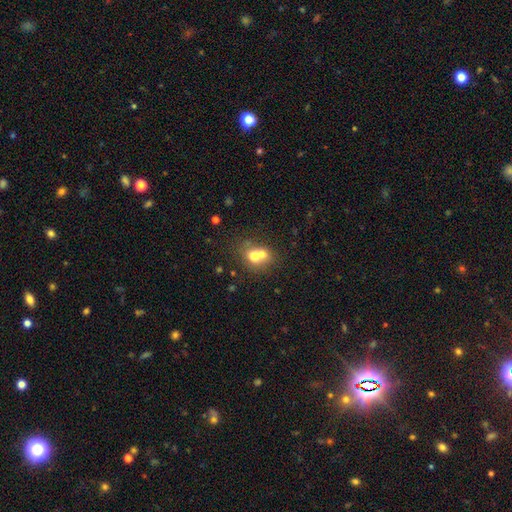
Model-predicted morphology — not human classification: This is likely a smooth galaxy (66%). How rounded: possibly round (60%). Merging: likely merger (62%).